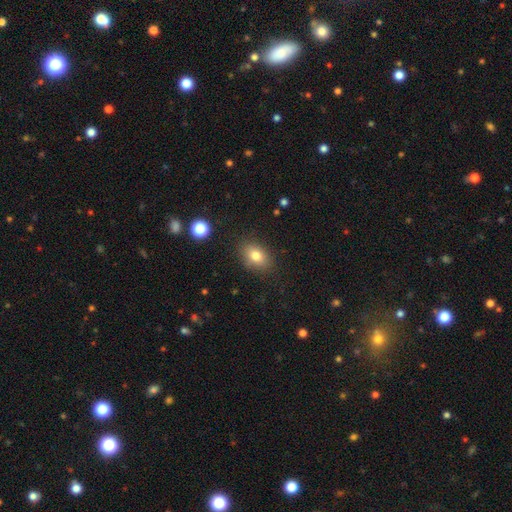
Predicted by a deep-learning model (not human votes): Smooth or featured: smooth — 79% (featured or disk — 10%)
How rounded: in between — 78% (round — 20%)
Merging: none — 84% (minor disturbance — 11%)